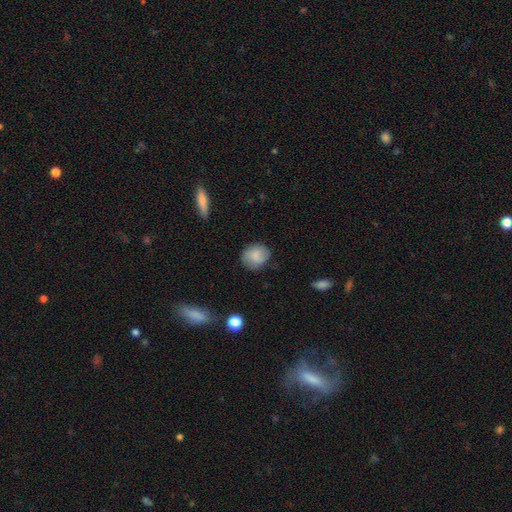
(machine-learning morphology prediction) type=smooth (77%); roundness=round (69%); merging=none (78%).